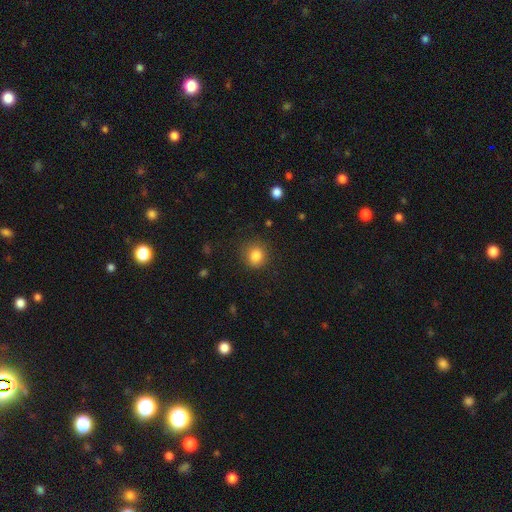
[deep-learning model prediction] Morphology: type=smooth (83%); roundness=round (84%); merging=none (86%).